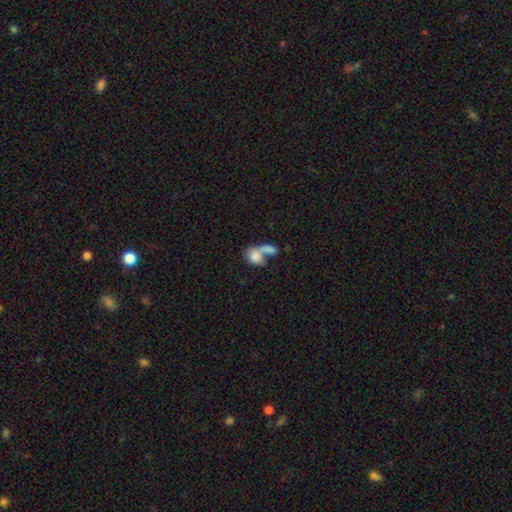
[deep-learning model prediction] Q: Smooth or featured?
A: smooth (76%); runner-up: featured or disk (16%)
Q: How rounded?
A: in between (66%); runner-up: round (31%)
Q: Merging?
A: merger (67%); runner-up: none (17%)